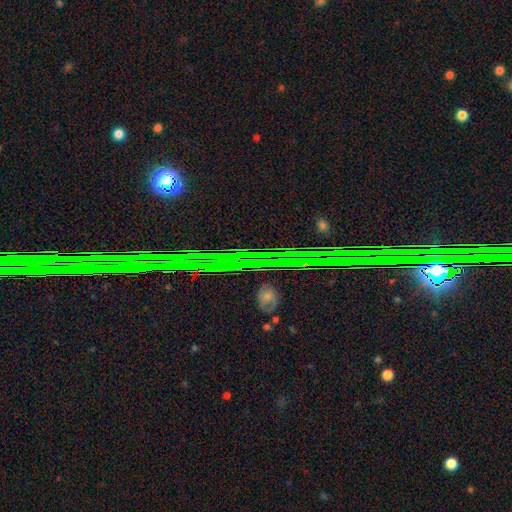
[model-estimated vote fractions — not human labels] A star or artifact, not a galaxy (79%).